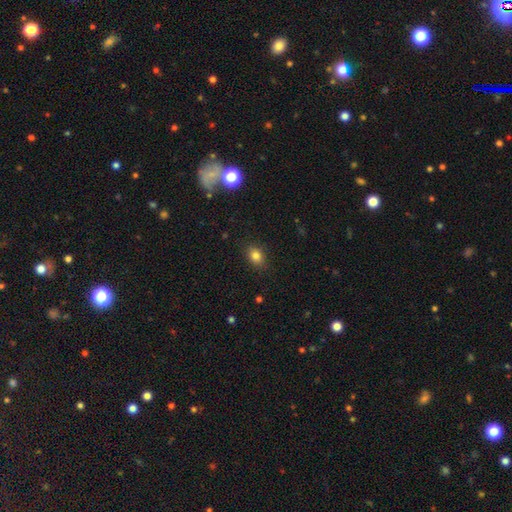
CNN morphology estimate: A smooth galaxy with no disk features (81%) that is in between round and cigar-shaped (61%). Merging: none (86%).